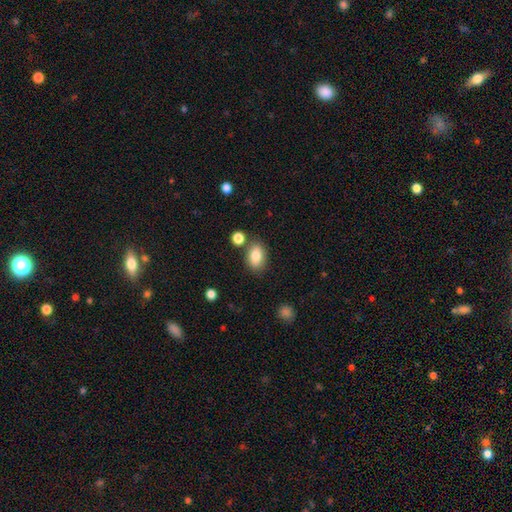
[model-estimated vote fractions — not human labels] smooth 84%, star or artifact 9%, featured or disk 8%. Down the decision tree: how rounded — in between (84%); merging — none (77%).